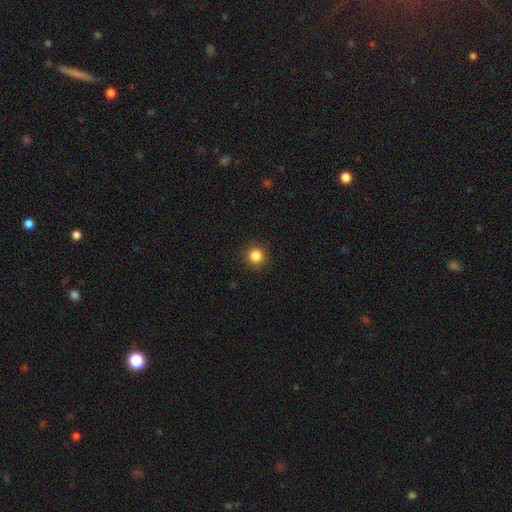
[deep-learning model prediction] Smooth or featured? Predicted: smooth (p=0.84). How rounded? Predicted: round (p=0.94). Merging? Predicted: none (p=0.92).